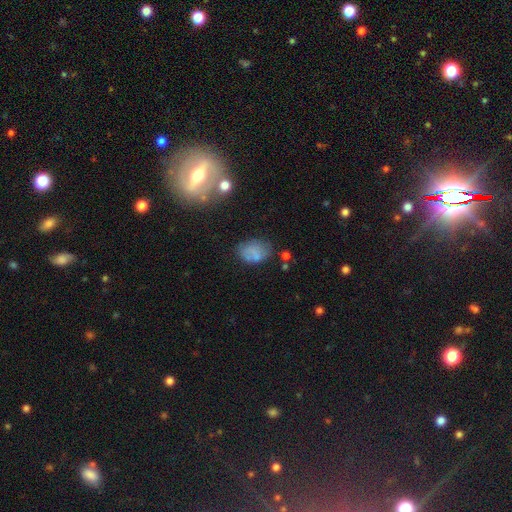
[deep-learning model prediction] The model was most divided on "smooth or featured": smooth: 57%, featured or disk: 27%, star or artifact: 17%. More confident: how rounded — in between (75%); merging — none (62%).